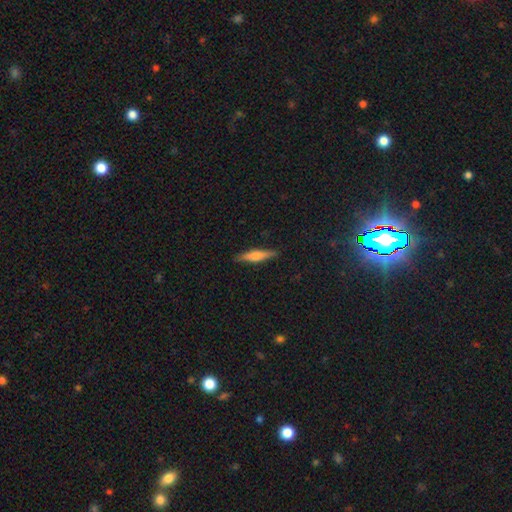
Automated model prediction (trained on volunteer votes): A smooth galaxy with no disk features (49%). Merging: none (89%).